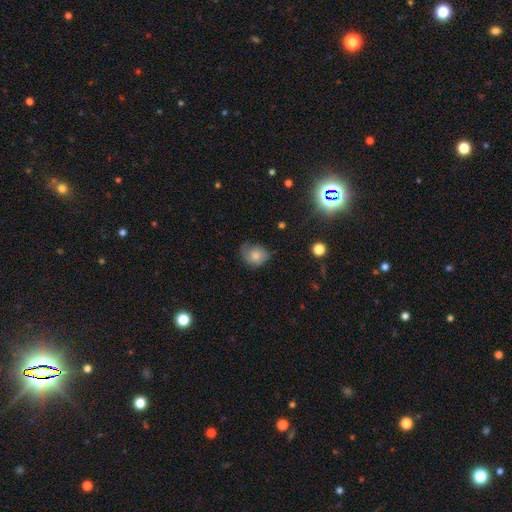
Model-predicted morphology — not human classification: smooth 73%, featured or disk 17%, star or artifact 10%. Down the decision tree: how rounded — round (61%); merging — none (51%).